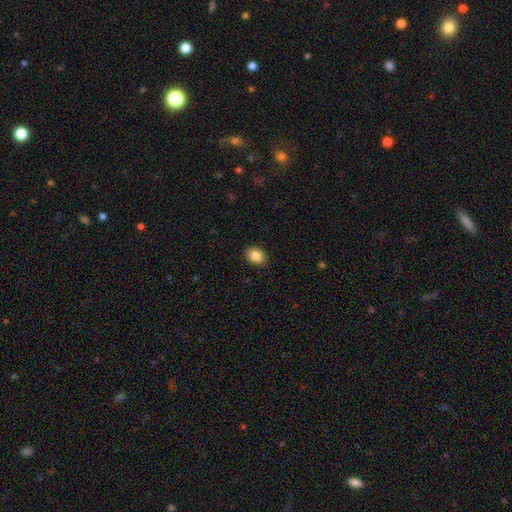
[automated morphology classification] smooth_or_featured: smooth (p=0.86) [alt: star or artifact p=0.08]
how_rounded: in between (p=0.67) [alt: round p=0.32]
merging: none (p=0.89) [alt: minor disturbance p=0.08]